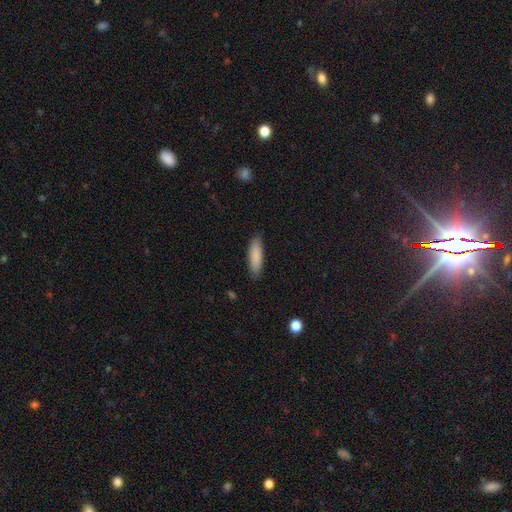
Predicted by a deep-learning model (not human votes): smooth 87%, featured or disk 7%, star or artifact 6%. Down the decision tree: how rounded — cigar-shaped (53%); merging — none (86%).